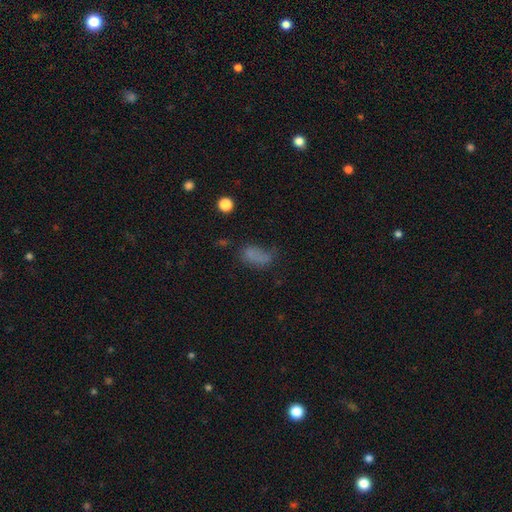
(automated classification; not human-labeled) This appears to be a smooth galaxy with no disk features (67%) that is in between round and cigar-shaped (86%). Merging: none (43%).